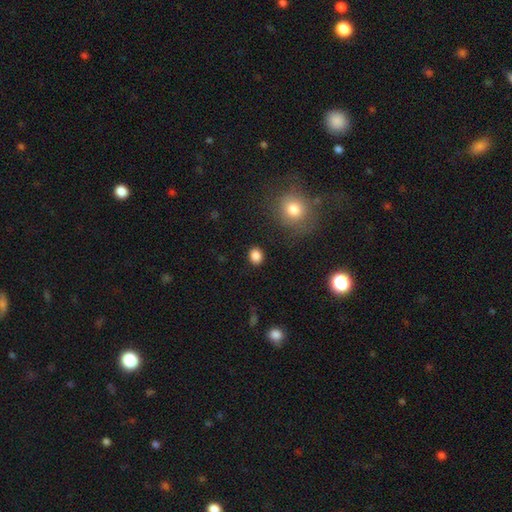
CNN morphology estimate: This appears to be a smooth galaxy with no disk features (86%) that is round (59%). Merging: none (88%).